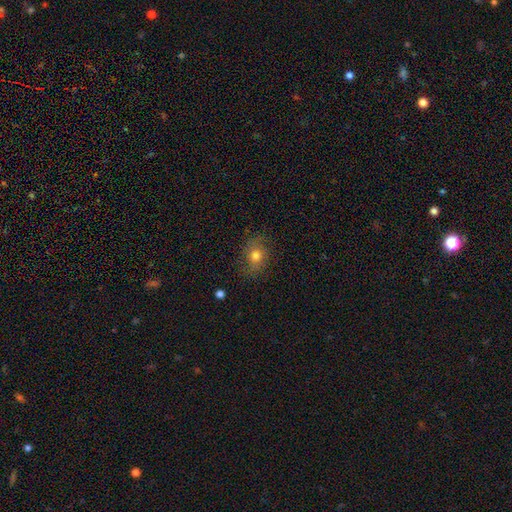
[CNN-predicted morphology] This is likely a smooth galaxy (69%). How rounded: possibly round (52%). Merging: likely none (76%).